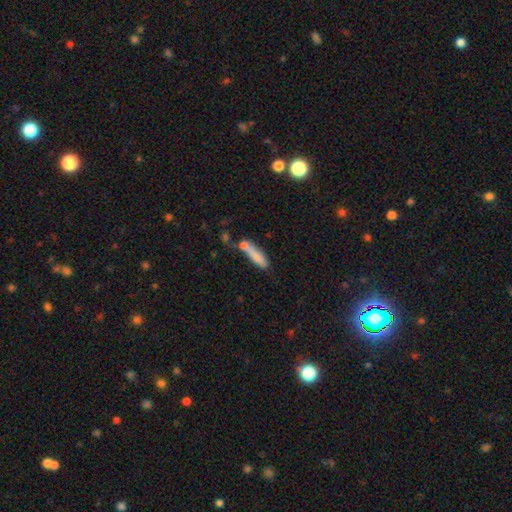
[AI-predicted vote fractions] Q: Smooth or featured?
A: smooth (75%); runner-up: featured or disk (17%)
Q: How rounded?
A: cigar-shaped (74%); runner-up: in between (24%)
Q: Merging?
A: none (41%); runner-up: merger (28%)